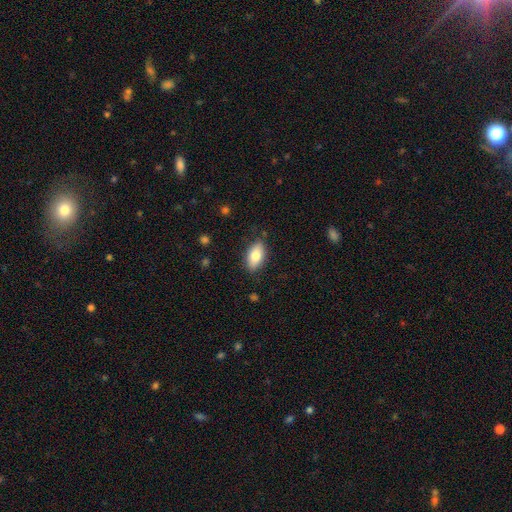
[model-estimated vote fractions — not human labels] This appears to be a smooth galaxy with no disk features (80%) that is in between round and cigar-shaped (91%). Merging: none (84%).